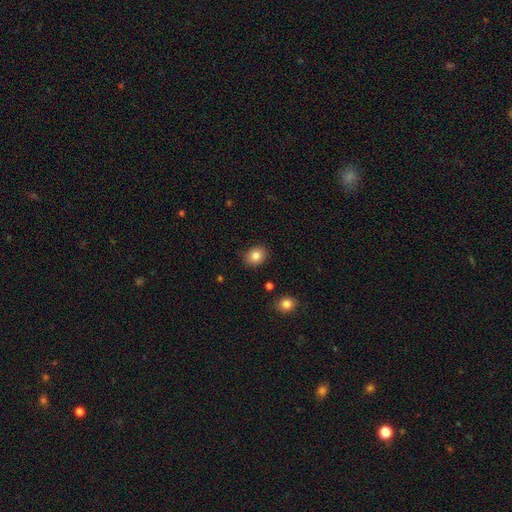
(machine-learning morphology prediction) Smooth or featured? smooth (84%)
How rounded? round (55%)
Merging? none (87%)